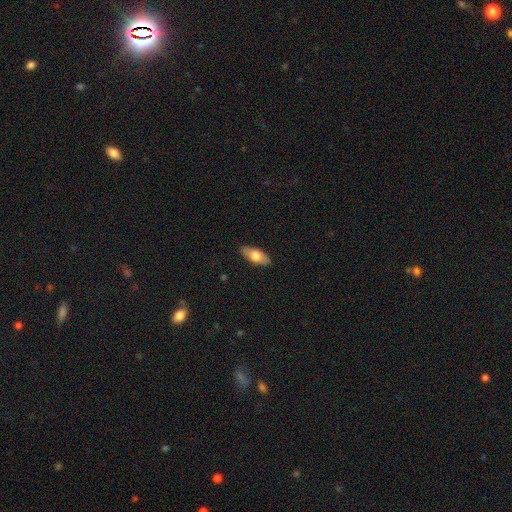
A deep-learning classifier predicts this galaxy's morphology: This appears to be a smooth galaxy with no disk features (67%) that is in between round and cigar-shaped (79%). Merging: none (87%).